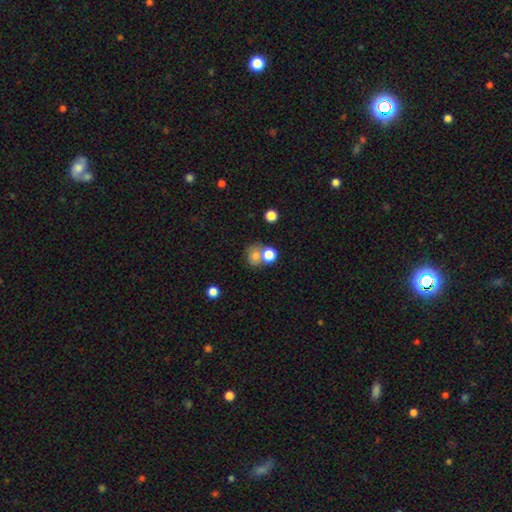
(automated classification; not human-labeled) This appears to be a smooth galaxy with no disk features (74%) that is round (70%). Merging: none (43%).